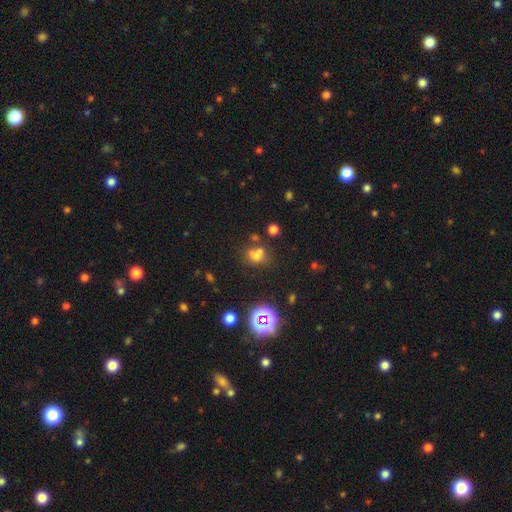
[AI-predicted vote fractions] smooth-or-featured: smooth: 56% | star or artifact: 29% | featured or disk: 15%
  how-rounded: round: 64% | in between: 34% | cigar-shaped: 2%
  merging: none: 45% | merger: 36% | minor disturbance: 12% | major disturbance: 7%